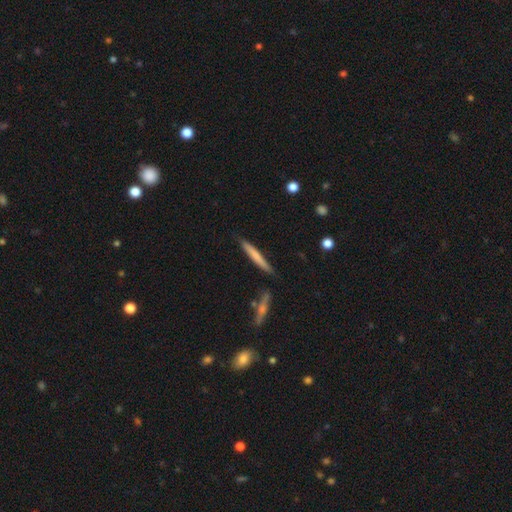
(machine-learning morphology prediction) Smooth or featured? Predicted: smooth (p=0.67). How rounded? Predicted: cigar-shaped (p=0.95). Merging? Predicted: none (p=0.85).